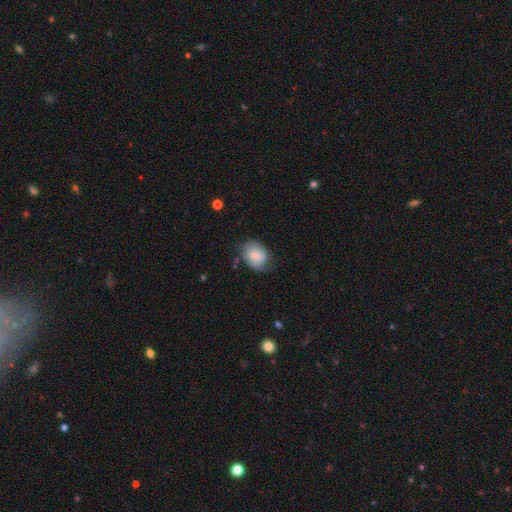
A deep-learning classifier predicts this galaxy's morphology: Q: Smooth or featured?
A: smooth (70%); runner-up: featured or disk (22%)
Q: How rounded?
A: in between (62%); runner-up: round (37%)
Q: Merging?
A: none (57%); runner-up: minor disturbance (29%)